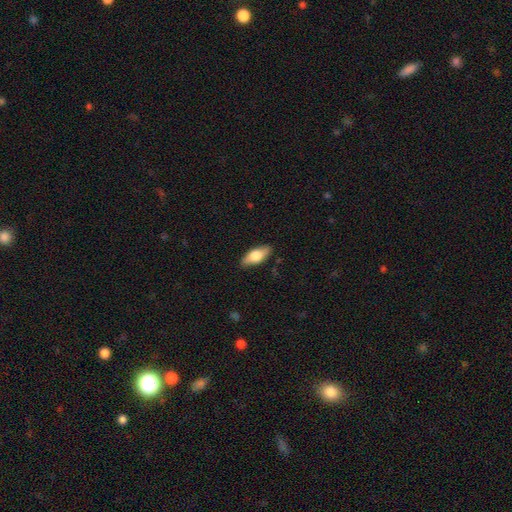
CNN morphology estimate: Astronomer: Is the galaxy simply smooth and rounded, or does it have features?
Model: smooth — 70%.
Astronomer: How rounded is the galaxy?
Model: in between — 79%.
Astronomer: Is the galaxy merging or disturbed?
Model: none — 87%.